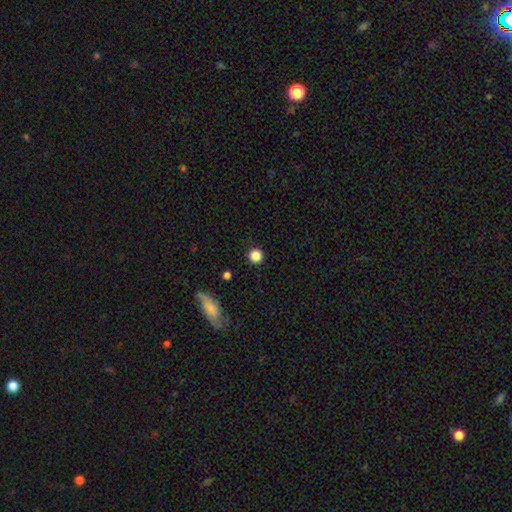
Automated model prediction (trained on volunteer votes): This is clearly a smooth galaxy (85%). How rounded: clearly round (95%). Merging: clearly none (90%).